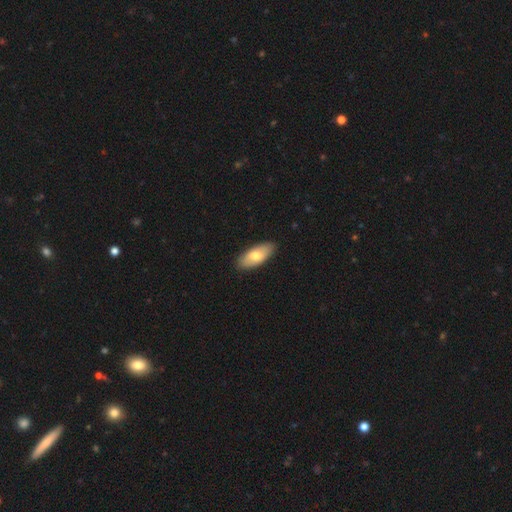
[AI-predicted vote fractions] Morphology: type=smooth (73%); roundness=in between (86%); merging=none (89%).